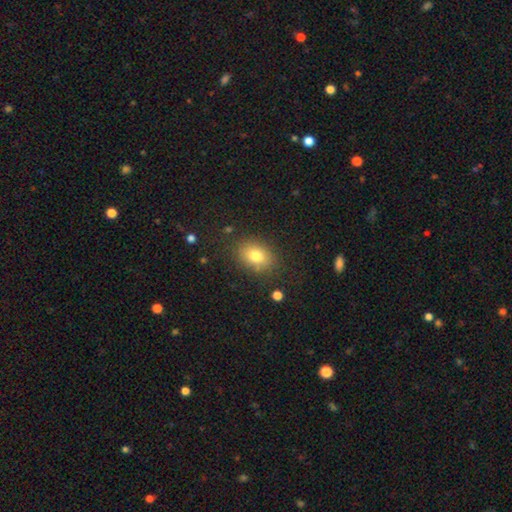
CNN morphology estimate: smooth-or-featured: smooth: 79% | star or artifact: 11% | featured or disk: 10%
  how-rounded: in between: 66% | round: 33% | cigar-shaped: 1%
  merging: none: 82% | minor disturbance: 12% | major disturbance: 4% | merger: 2%